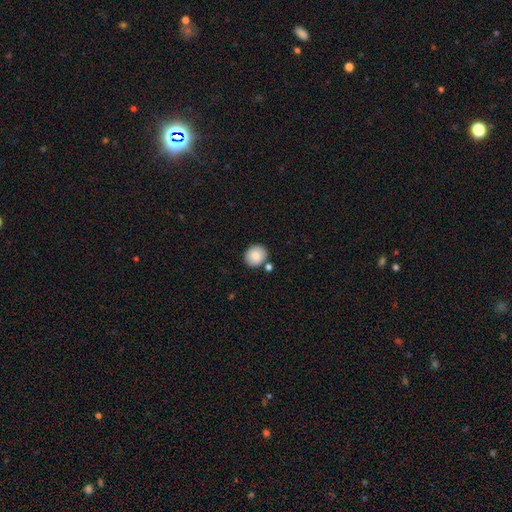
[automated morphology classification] This appears to be a smooth galaxy with no disk features (85%) that is round (79%). Merging: none (80%).